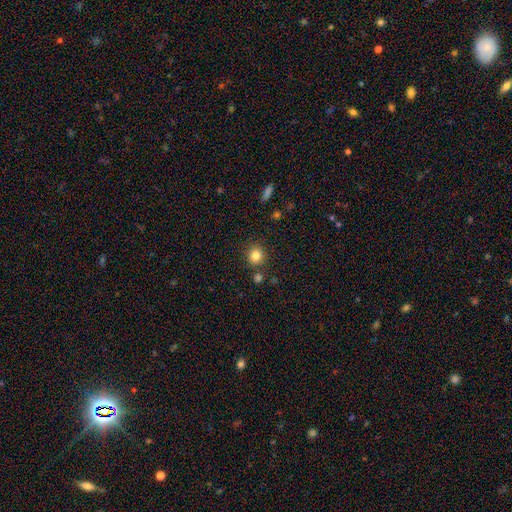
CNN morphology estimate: A smooth galaxy with no disk features (83%) that is round (87%).

Vote fractions:
- Smooth or featured? smooth: 83% / star or artifact: 11% / featured or disk: 6%
- How rounded? round: 87% / in between: 12% / cigar-shaped: 1%
- Merging? none: 83% / minor disturbance: 8% / merger: 6% / major disturbance: 3%